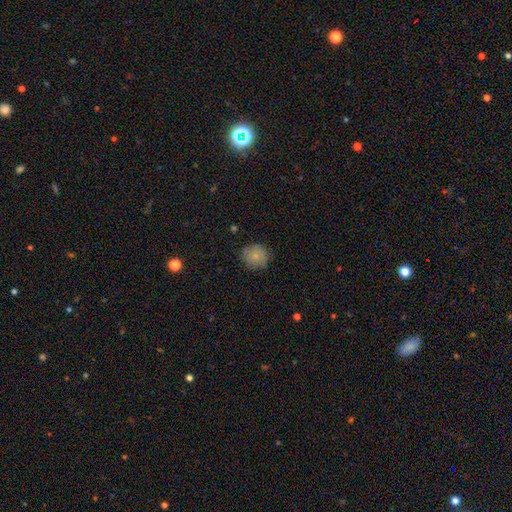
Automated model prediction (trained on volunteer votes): This appears to be a smooth galaxy with no disk features (80%) that is round (87%). Merging: none (80%).